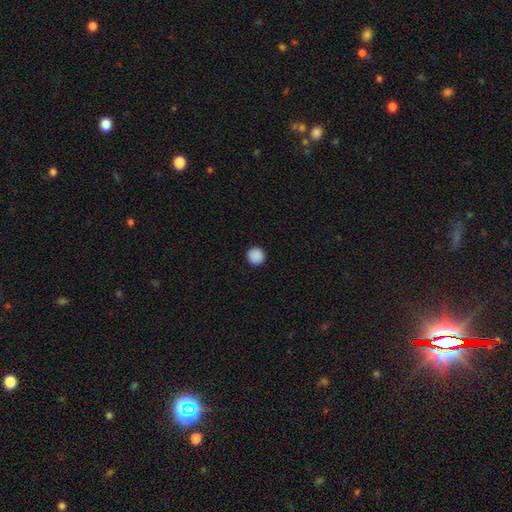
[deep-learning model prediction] Smooth or featured? Predicted: smooth (p=0.90). How rounded? Predicted: round (p=0.95). Merging? Predicted: none (p=0.93).